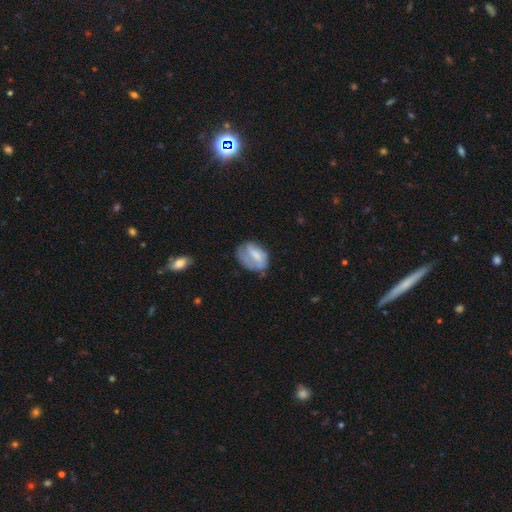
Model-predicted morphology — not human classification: The model was most divided on "merging": none: 44%, minor disturbance: 32%, major disturbance: 22%, merger: 3%. More confident: how rounded — in between (78%); smooth or featured — smooth (56%).